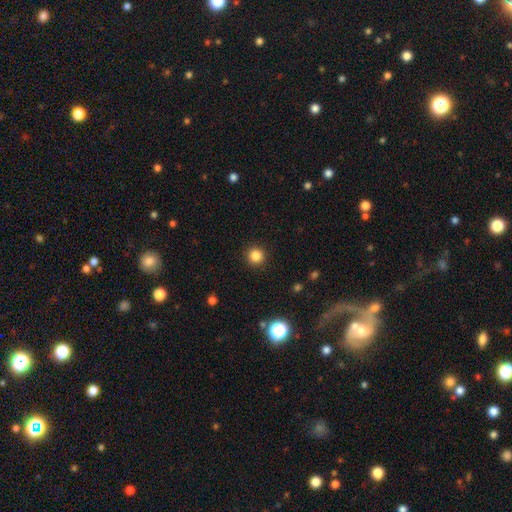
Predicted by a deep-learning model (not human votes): This is clearly a smooth galaxy (84%). How rounded: clearly round (95%). Merging: clearly none (92%).